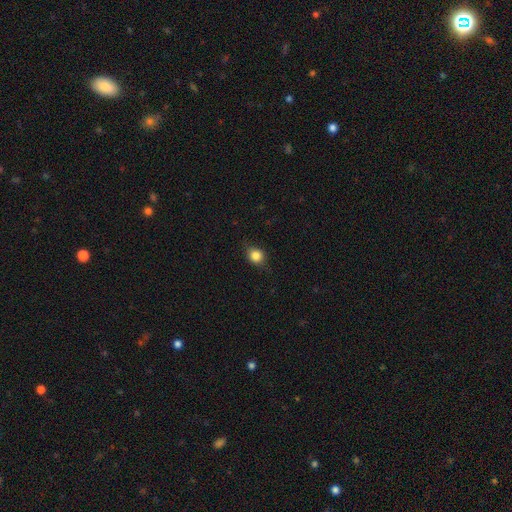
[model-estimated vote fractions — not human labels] A smooth galaxy with no disk features (82%) that is round (68%).

Vote fractions:
- Smooth or featured? smooth: 82% / star or artifact: 10% / featured or disk: 8%
- How rounded? round: 68% / in between: 30% / cigar-shaped: 1%
- Merging? none: 78% / minor disturbance: 17% / major disturbance: 4% / merger: 1%